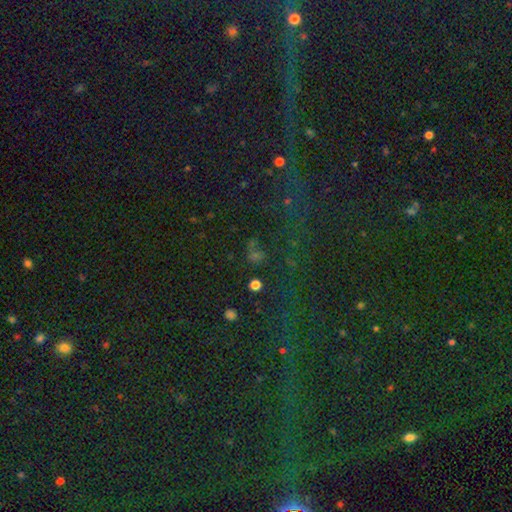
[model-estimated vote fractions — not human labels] A star or artifact, not a galaxy (60%).

Vote fractions:
- Smooth or featured? star or artifact: 60% / smooth: 30% / featured or disk: 10%